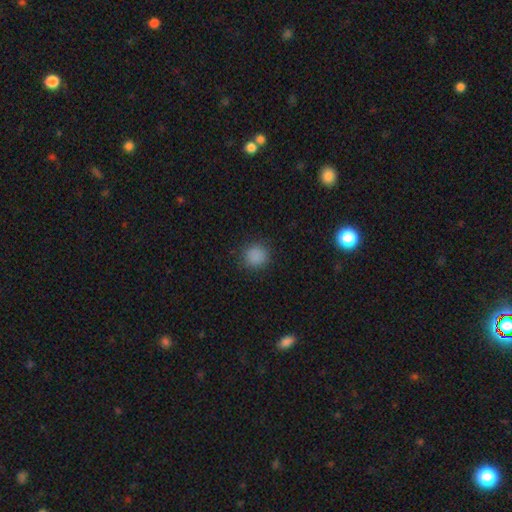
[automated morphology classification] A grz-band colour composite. It shows a smooth galaxy with no disk features (85%) that is round (89%). Merging: none (88%).